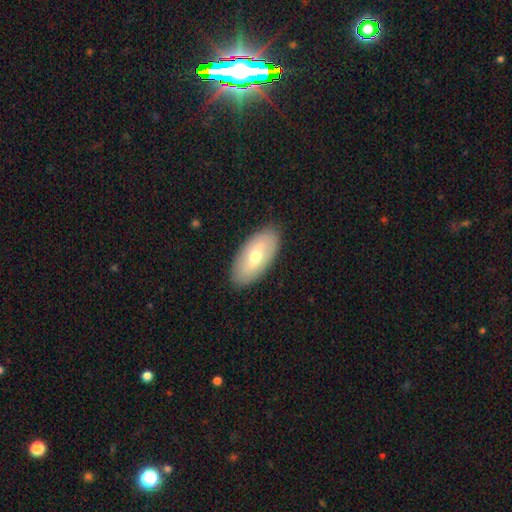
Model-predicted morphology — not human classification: Smooth or featured: smooth — 58% (featured or disk — 37%)
How rounded: in between — 92% (cigar-shaped — 5%)
Merging: none — 87% (minor disturbance — 9%)